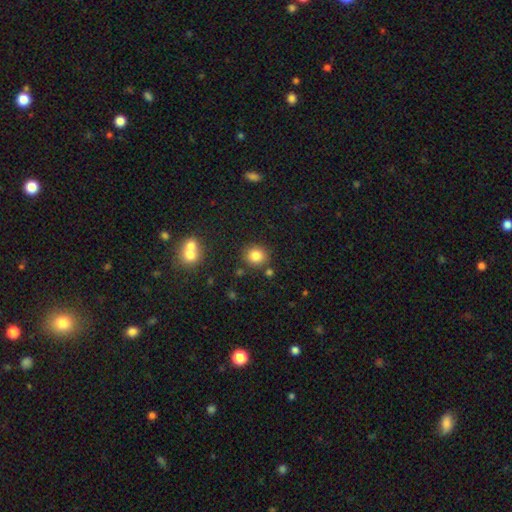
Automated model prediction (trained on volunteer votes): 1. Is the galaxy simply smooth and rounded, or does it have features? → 82% smooth, 11% star or artifact, 7% featured or disk.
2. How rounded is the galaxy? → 80% round, 19% in between, 1% cigar-shaped.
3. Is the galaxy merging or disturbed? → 81% none, 9% minor disturbance, 7% merger, 3% major disturbance.